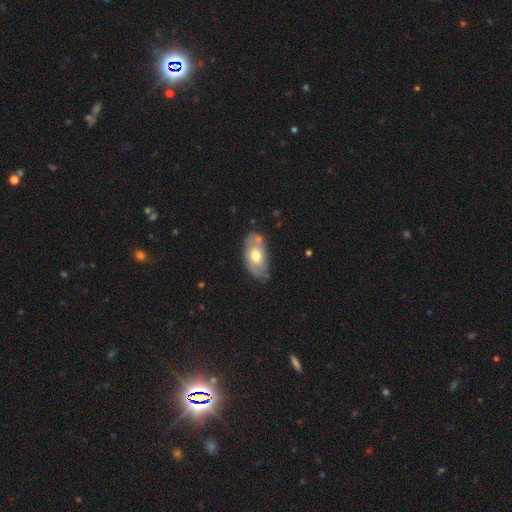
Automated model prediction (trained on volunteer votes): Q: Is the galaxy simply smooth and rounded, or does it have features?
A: smooth — 59%.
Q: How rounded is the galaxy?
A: in between — 92%.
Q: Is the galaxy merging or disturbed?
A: none — 66%.